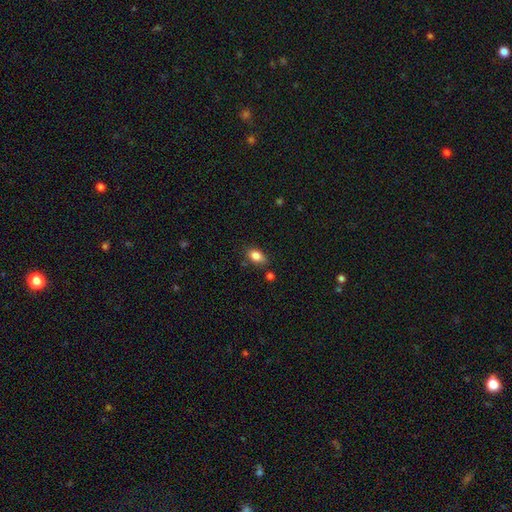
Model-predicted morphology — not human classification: This appears to be a smooth galaxy with no disk features (83%) that is in between round and cigar-shaped (86%). Merging: none (78%).